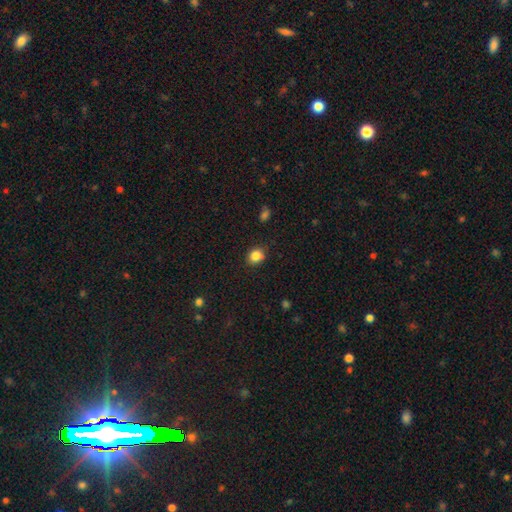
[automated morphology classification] Smooth or featured? smooth (84%)
How rounded? round (66%)
Merging? none (84%)